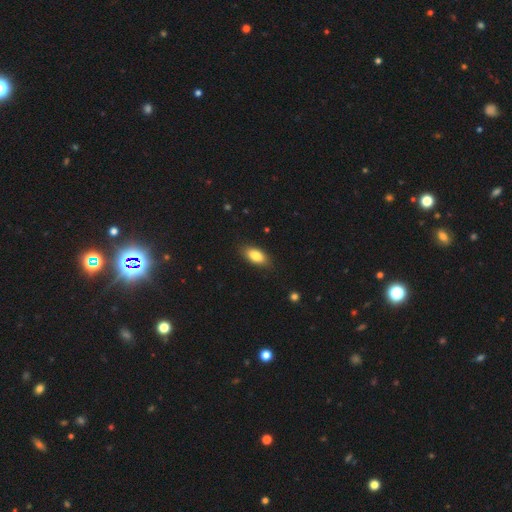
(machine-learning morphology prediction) A smooth galaxy with no disk features (84%) that is in between round and cigar-shaped (89%).

Vote fractions:
- Smooth or featured? smooth: 84% / featured or disk: 9% / star or artifact: 7%
- How rounded? in between: 89% / cigar-shaped: 8% / round: 3%
- Merging? none: 85% / minor disturbance: 12% / major disturbance: 2% / merger: 1%